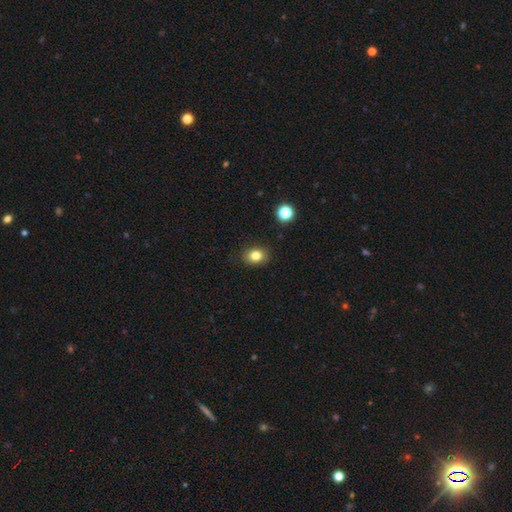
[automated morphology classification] Smooth or featured? smooth (81%)
How rounded? in between (54%)
Merging? none (88%)